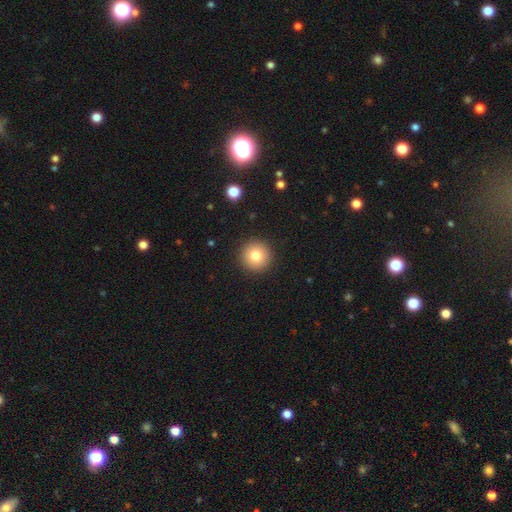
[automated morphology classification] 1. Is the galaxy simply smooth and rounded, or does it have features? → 80% smooth, 11% star or artifact, 9% featured or disk.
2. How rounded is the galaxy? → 96% round, 3% in between, 1% cigar-shaped.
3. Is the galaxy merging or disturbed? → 92% none, 5% minor disturbance, 2% major disturbance, 1% merger.